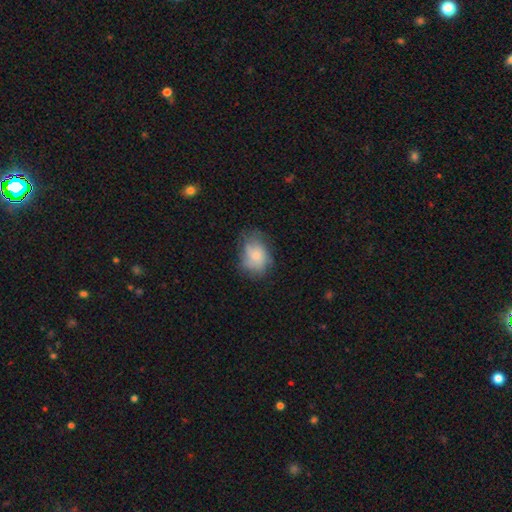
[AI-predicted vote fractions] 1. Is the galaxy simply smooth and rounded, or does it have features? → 67% smooth, 24% featured or disk, 9% star or artifact.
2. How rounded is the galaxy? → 62% in between, 37% round, 1% cigar-shaped.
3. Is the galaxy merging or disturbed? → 56% none, 29% minor disturbance, 14% major disturbance, 2% merger.